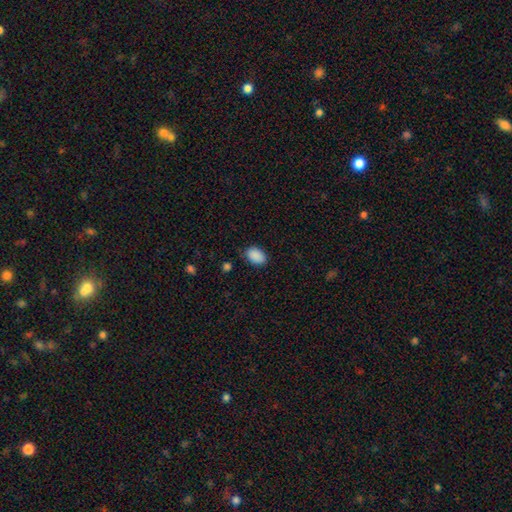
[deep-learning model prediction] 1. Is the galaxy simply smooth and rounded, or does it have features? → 89% smooth, 8% star or artifact, 3% featured or disk.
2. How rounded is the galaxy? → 86% in between, 13% round, 1% cigar-shaped.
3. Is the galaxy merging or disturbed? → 81% none, 14% minor disturbance, 3% major disturbance, 2% merger.